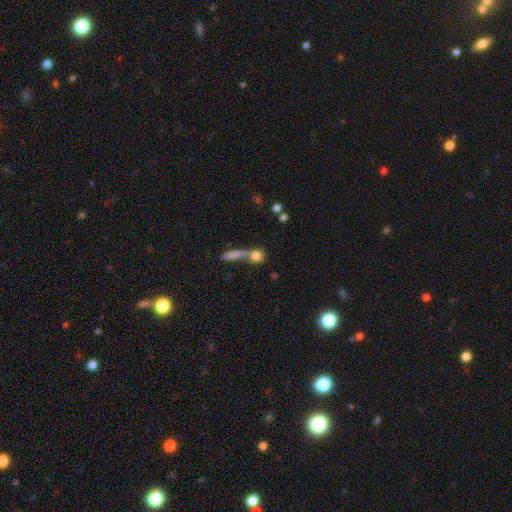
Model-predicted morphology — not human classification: Smooth or featured? Predicted: smooth (p=0.78). How rounded? Predicted: round (p=0.71). Merging? Predicted: none (p=0.49).